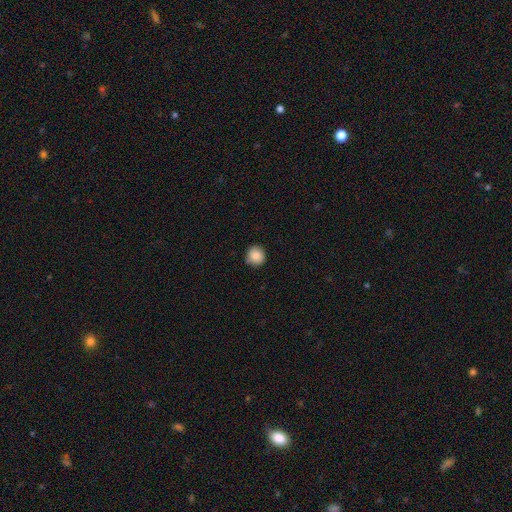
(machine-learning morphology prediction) This is clearly a smooth galaxy (87%). How rounded: clearly round (93%). Merging: clearly none (84%).